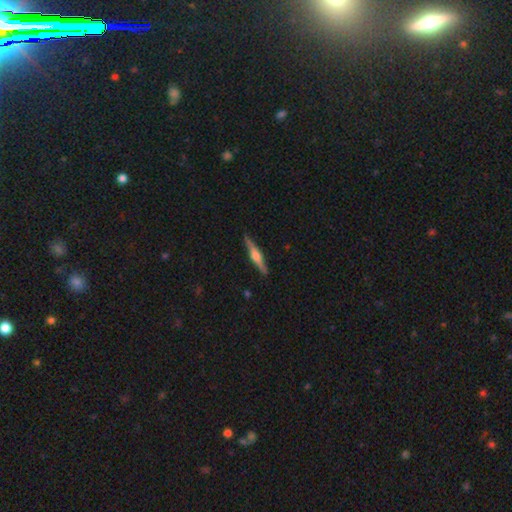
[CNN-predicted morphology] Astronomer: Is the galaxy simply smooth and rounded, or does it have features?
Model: featured or disk — 71%.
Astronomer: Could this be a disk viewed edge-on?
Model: yes — 98%.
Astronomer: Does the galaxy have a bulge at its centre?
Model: rounded — 86%.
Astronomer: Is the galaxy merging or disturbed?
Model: none — 89%.